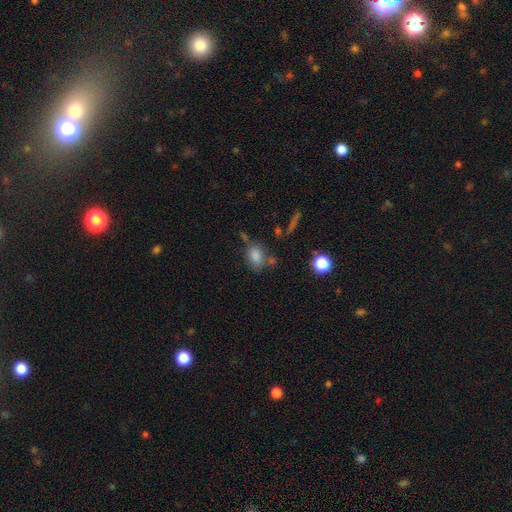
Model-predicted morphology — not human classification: Smooth or featured?
  - smooth: 81% *
  - star or artifact: 11%
  - featured or disk: 9%
How rounded?
  - in between: 79% *
  - round: 19%
  - cigar-shaped: 2%
Merging?
  - none: 57% *
  - minor disturbance: 21%
  - merger: 14%
  - major disturbance: 9%